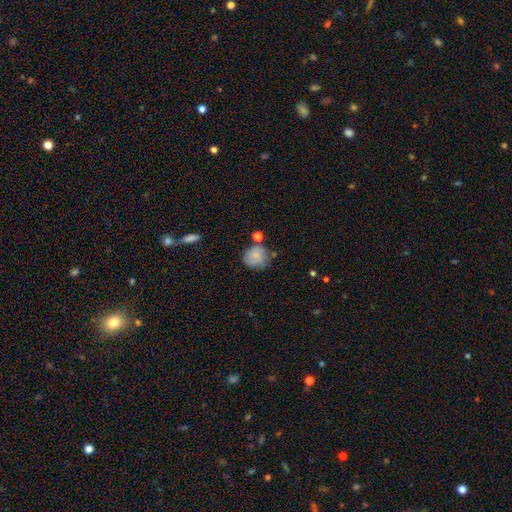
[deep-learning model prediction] smooth_or_featured: smooth (p=0.76) [alt: featured or disk p=0.16]
how_rounded: round (p=0.81) [alt: in between p=0.18]
merging: none (p=0.61) [alt: minor disturbance p=0.23]